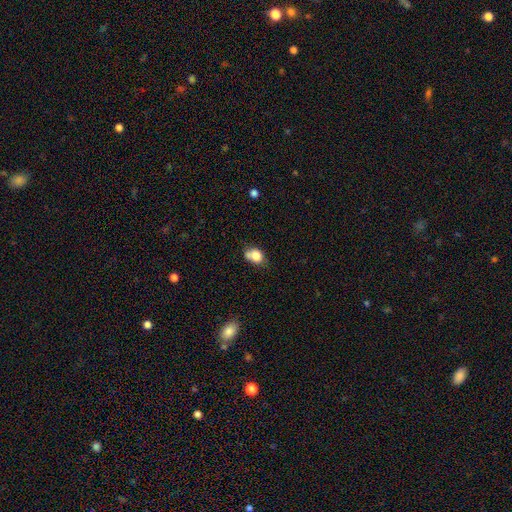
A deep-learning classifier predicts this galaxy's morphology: Smooth or featured? smooth (79%)
How rounded? in between (59%)
Merging? none (41%)